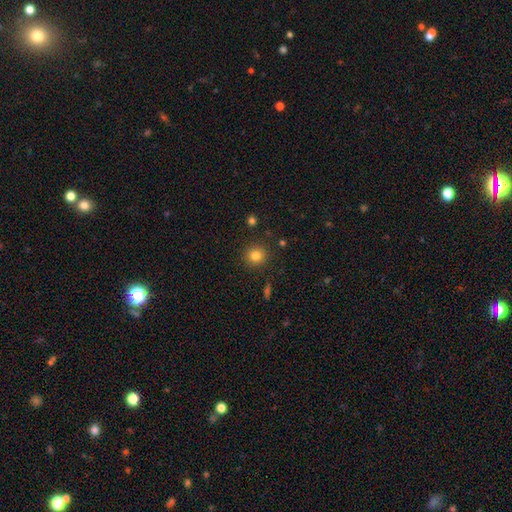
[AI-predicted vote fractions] The model was most divided on "smooth or featured": smooth: 81%, star or artifact: 12%, featured or disk: 6%. More confident: how rounded — round (91%); merging — none (89%).